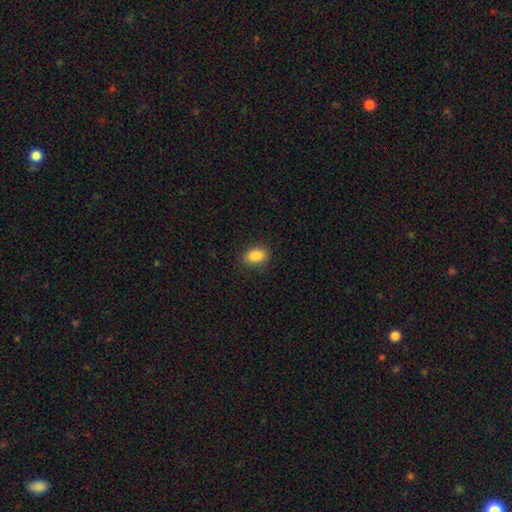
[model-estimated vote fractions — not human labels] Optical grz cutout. It shows a smooth galaxy with no disk features (88%) that is in between round and cigar-shaped (86%). Merging: none (86%).